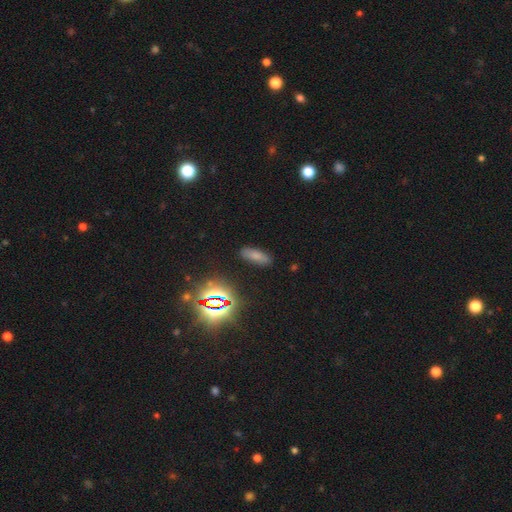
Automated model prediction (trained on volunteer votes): Smooth or featured: smooth — 69% (star or artifact — 21%)
How rounded: in between — 63% (cigar-shaped — 33%)
Merging: none — 86% (minor disturbance — 10%)